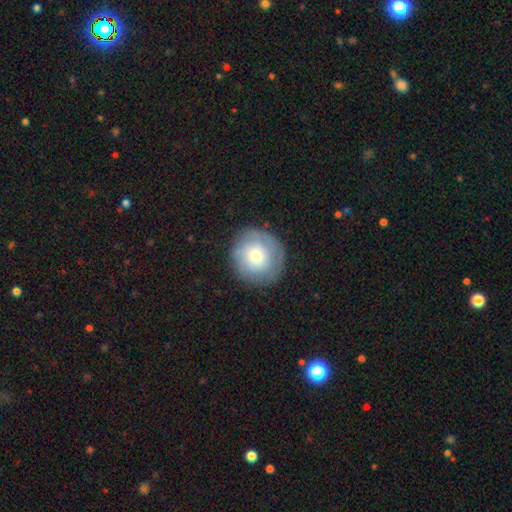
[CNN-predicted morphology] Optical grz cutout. It shows a smooth galaxy with no disk features (64%) that is round (94%). Merging: none (84%).